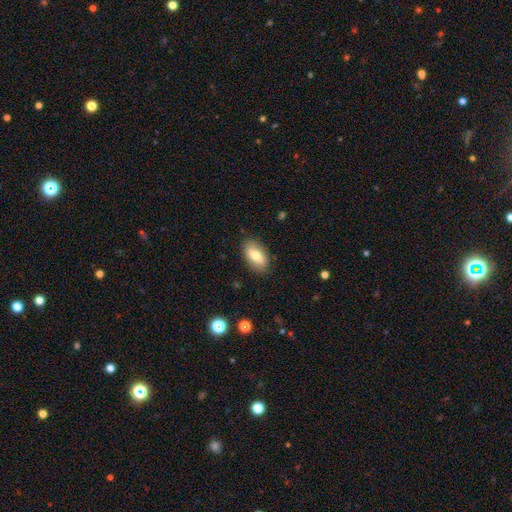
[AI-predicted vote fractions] A smooth galaxy with no disk features (73%) that is in between round and cigar-shaped (91%).

Vote fractions:
- Smooth or featured? smooth: 73% / featured or disk: 20% / star or artifact: 7%
- How rounded? in between: 91% / round: 4% / cigar-shaped: 4%
- Merging? none: 85% / minor disturbance: 11% / major disturbance: 3% / merger: 1%